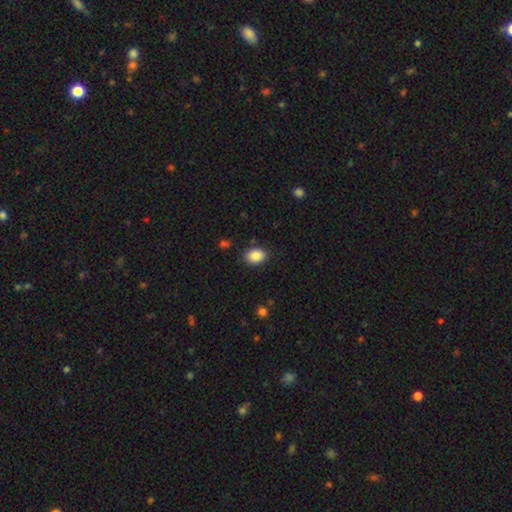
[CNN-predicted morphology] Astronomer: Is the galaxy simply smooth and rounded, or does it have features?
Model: smooth — 88%.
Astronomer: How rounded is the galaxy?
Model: in between — 75%.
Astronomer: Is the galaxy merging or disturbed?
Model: none — 86%.